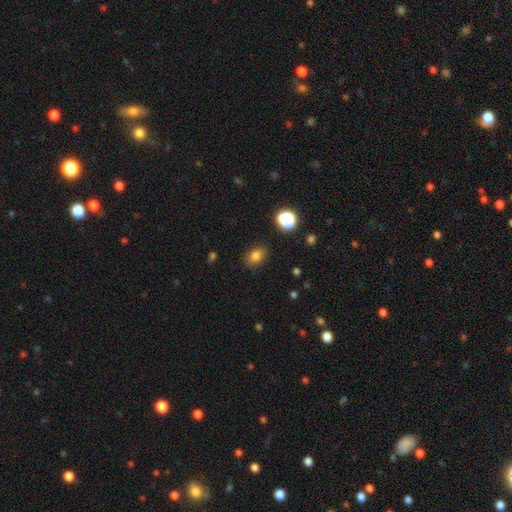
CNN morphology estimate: This appears to be a smooth galaxy with no disk features (79%) that is in between round and cigar-shaped (68%). Merging: none (85%).